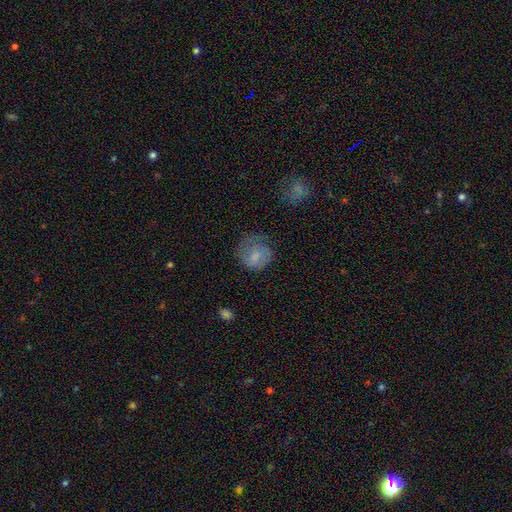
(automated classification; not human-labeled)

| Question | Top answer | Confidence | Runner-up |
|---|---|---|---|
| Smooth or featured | smooth | 70% | featured or disk (21%) |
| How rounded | round | 76% | in between (23%) |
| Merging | none | 51% | minor disturbance (27%) |